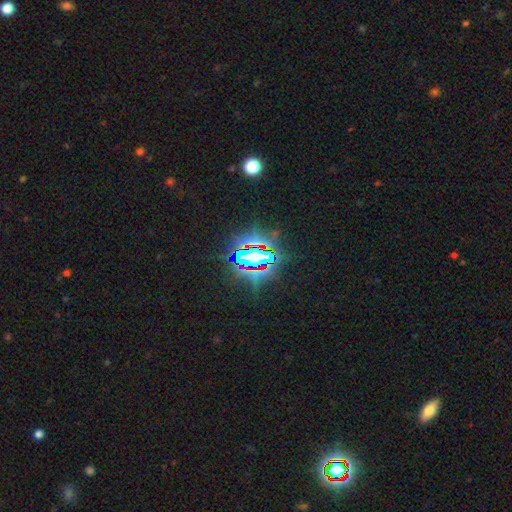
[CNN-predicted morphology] This appears to be a star or artifact, not a galaxy (77%).